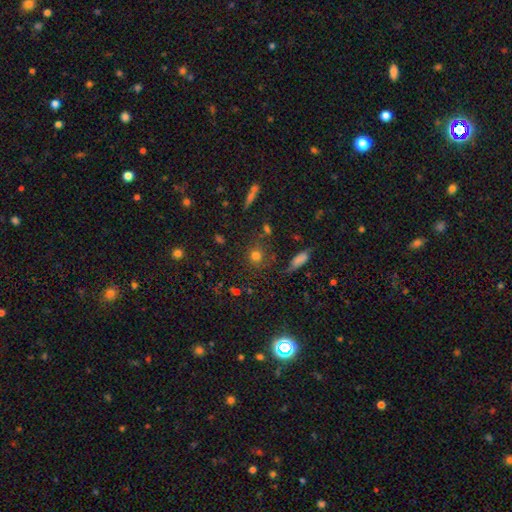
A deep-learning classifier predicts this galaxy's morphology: Smooth or featured?
  - smooth: 73% *
  - star or artifact: 17%
  - featured or disk: 10%
How rounded?
  - round: 86% *
  - in between: 12%
  - cigar-shaped: 2%
Merging?
  - none: 76% *
  - minor disturbance: 13%
  - major disturbance: 6%
  - merger: 6%